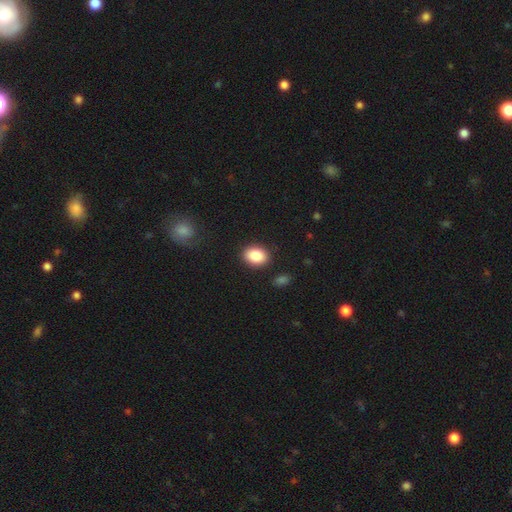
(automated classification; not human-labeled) A smooth galaxy with no disk features (87%) that is in between round and cigar-shaped (70%).

Vote fractions:
- Smooth or featured? smooth: 87% / star or artifact: 8% / featured or disk: 6%
- How rounded? in between: 70% / round: 29% / cigar-shaped: 1%
- Merging? none: 88% / minor disturbance: 8% / major disturbance: 2% / merger: 2%